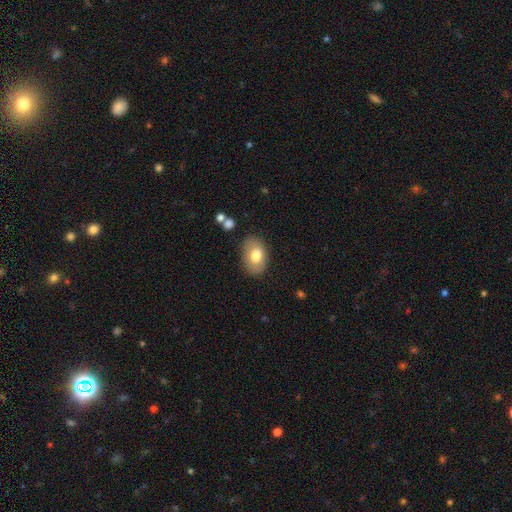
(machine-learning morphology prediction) Overall: smooth (75%). How rounded: in between (86%). Merging: none (81%).